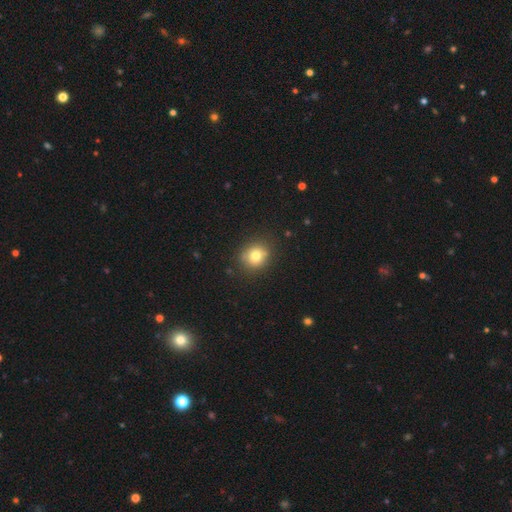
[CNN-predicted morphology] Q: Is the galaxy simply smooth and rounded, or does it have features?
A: smooth — 76%.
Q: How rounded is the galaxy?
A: round — 79%.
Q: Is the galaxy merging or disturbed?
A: none — 82%.